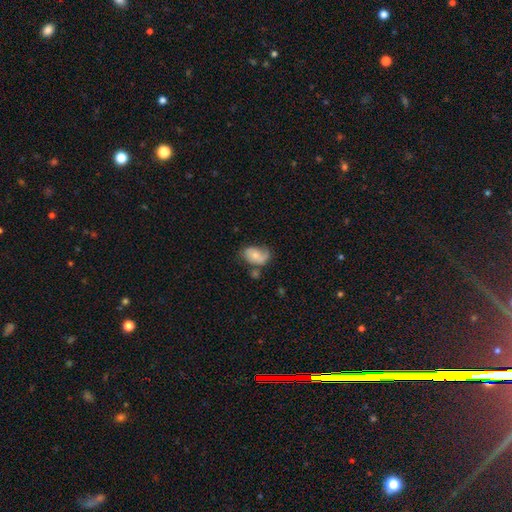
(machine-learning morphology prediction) This is possibly a smooth galaxy (58%). How rounded: clearly in between (86%). Merging: marginally none (44%).